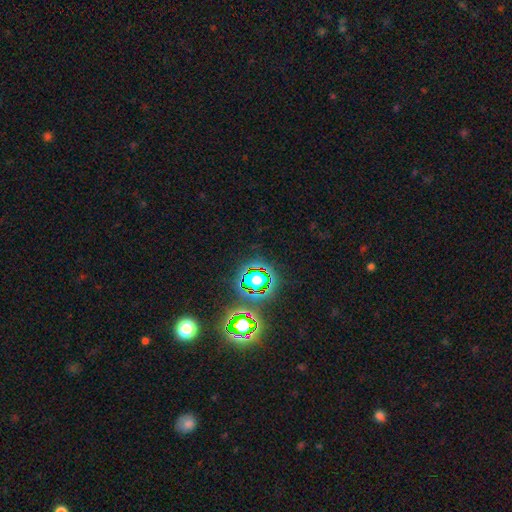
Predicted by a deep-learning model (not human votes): Smooth or featured?
  - star or artifact: 78% *
  - smooth: 14%
  - featured or disk: 9%